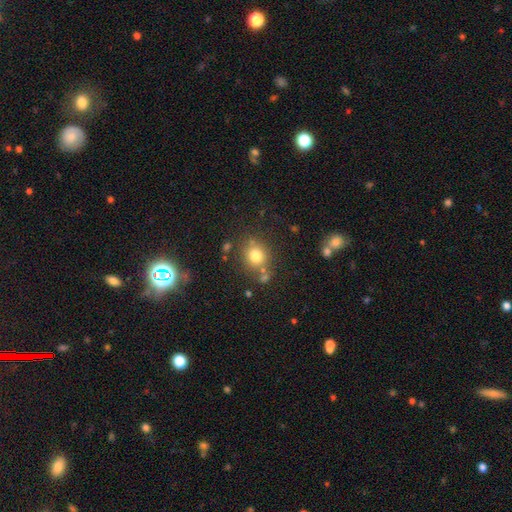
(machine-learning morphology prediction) Smooth or featured?
  - smooth: 77% *
  - star or artifact: 14%
  - featured or disk: 10%
How rounded?
  - round: 78% *
  - in between: 21%
  - cigar-shaped: 1%
Merging?
  - none: 73% *
  - minor disturbance: 12%
  - merger: 10%
  - major disturbance: 5%